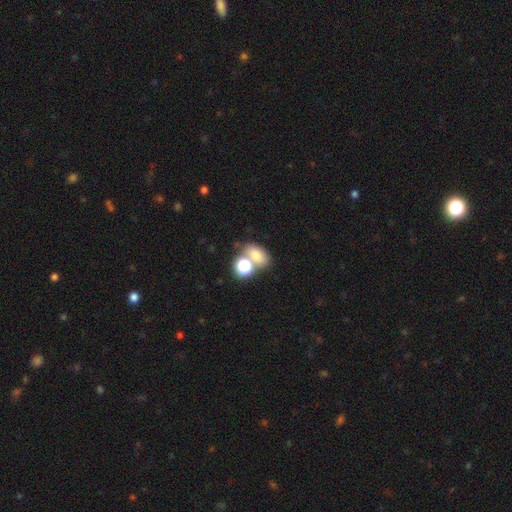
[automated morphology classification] type=smooth (72%); roundness=in between (72%); merging=none (48%).